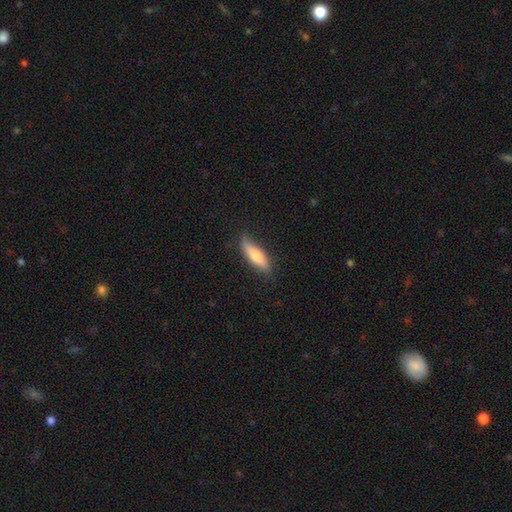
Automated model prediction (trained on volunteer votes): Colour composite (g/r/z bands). It shows a smooth galaxy with no disk features (66%) that is cigar-shaped (60%). Merging: none (77%).